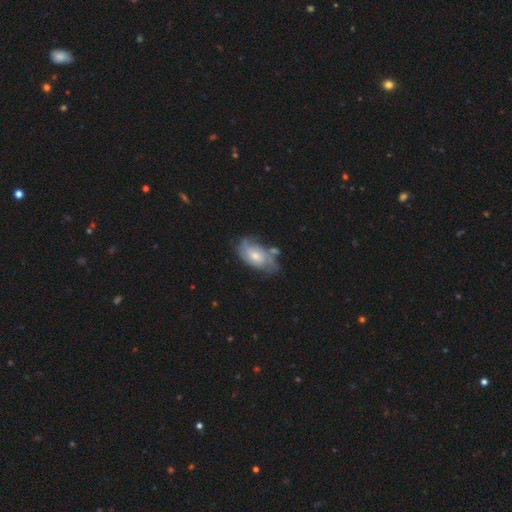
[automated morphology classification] Q: Smooth or featured?
A: featured or disk (52%); runner-up: smooth (42%)
Q: Edge-on disk?
A: no (93%); runner-up: yes (7%)
Q: Merging?
A: none (47%); runner-up: minor disturbance (29%)